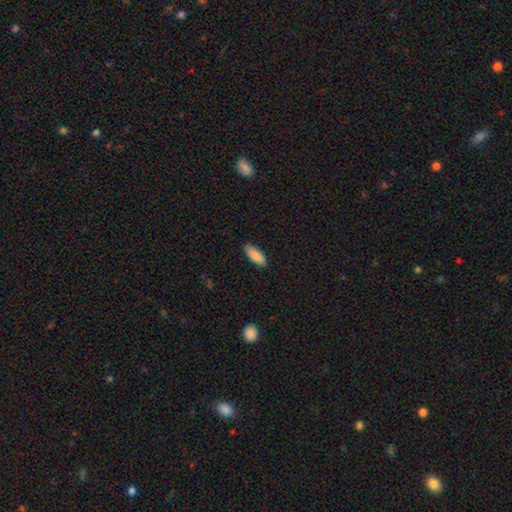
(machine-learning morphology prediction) Smooth or featured: smooth — 87% (featured or disk — 7%)
How rounded: in between — 76% (cigar-shaped — 23%)
Merging: none — 87% (minor disturbance — 10%)